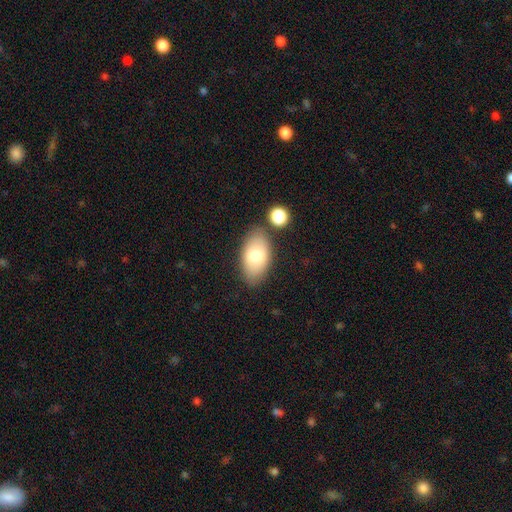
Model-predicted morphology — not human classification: A smooth galaxy with no disk features (77%) that is in between round and cigar-shaped (93%).

Vote fractions:
- Smooth or featured? smooth: 77% / featured or disk: 16% / star or artifact: 7%
- How rounded? in between: 93% / round: 5% / cigar-shaped: 2%
- Merging? none: 75% / minor disturbance: 14% / merger: 7% / major disturbance: 4%